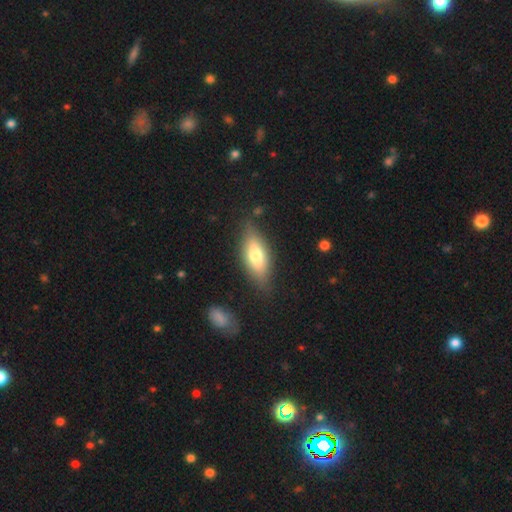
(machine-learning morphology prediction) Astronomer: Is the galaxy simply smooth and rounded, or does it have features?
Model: smooth — 62%.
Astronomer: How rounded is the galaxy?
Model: in between — 73%.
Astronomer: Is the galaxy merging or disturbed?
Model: none — 78%.